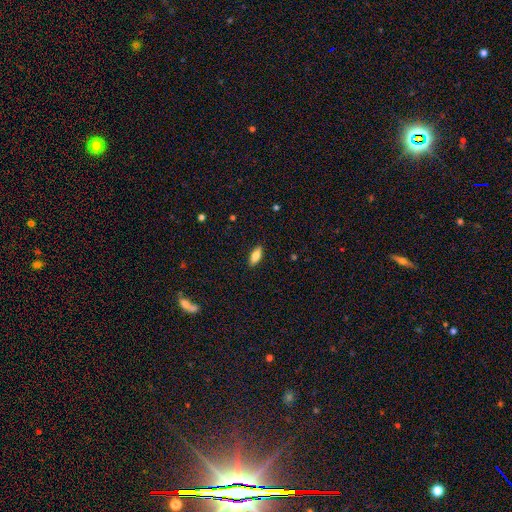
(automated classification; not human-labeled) smooth 78%, featured or disk 15%, star or artifact 7%. Down the decision tree: how rounded — in between (77%); merging — none (89%).